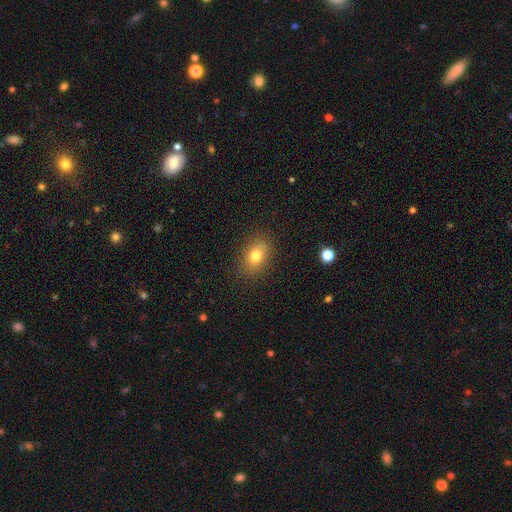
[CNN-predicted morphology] Smooth or featured: smooth — 76% (featured or disk — 13%)
How rounded: in between — 78% (round — 20%)
Merging: none — 85% (minor disturbance — 11%)